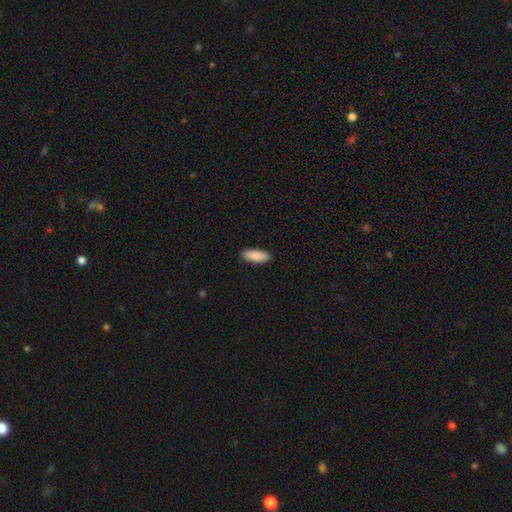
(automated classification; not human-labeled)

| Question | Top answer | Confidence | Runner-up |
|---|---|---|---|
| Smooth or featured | smooth | 89% | featured or disk (6%) |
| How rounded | in between | 74% | cigar-shaped (25%) |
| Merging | none | 90% | minor disturbance (7%) |